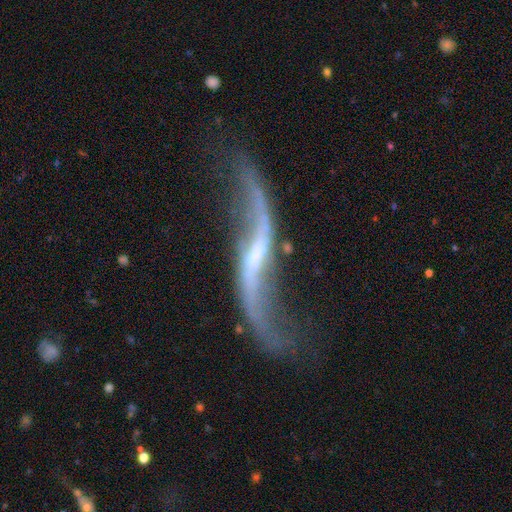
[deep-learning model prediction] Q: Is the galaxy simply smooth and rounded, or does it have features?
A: featured or disk — 90%.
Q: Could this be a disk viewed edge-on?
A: no — 81%.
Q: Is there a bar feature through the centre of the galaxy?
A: weak — 39%.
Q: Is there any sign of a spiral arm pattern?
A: yes — 95%.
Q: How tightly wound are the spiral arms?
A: loose — 95%.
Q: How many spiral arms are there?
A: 2 — 93%.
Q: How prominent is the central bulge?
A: small — 59%.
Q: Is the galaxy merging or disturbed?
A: none — 64%.